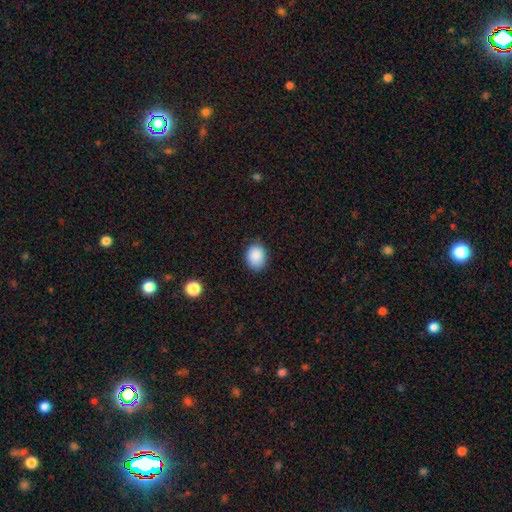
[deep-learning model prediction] Smooth or featured? smooth (88%)
How rounded? in between (55%)
Merging? none (84%)